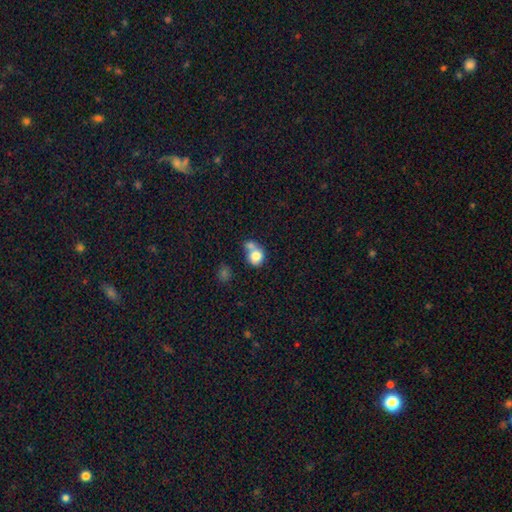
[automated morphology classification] smooth_or_featured: smooth (p=0.79) [alt: featured or disk p=0.13]
how_rounded: round (p=0.67) [alt: in between p=0.32]
merging: merger (p=0.57) [alt: none p=0.28]